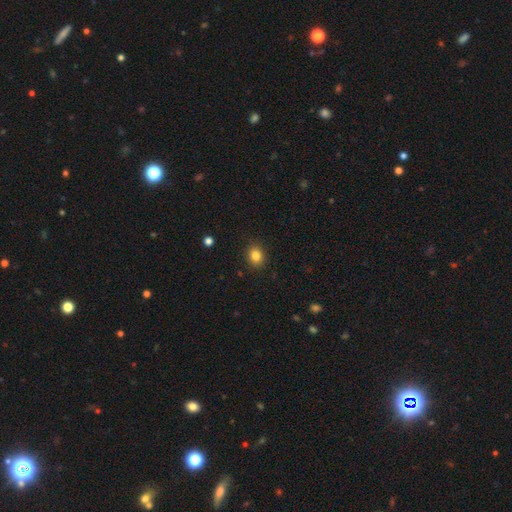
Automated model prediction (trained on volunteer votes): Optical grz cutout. It shows a smooth galaxy with no disk features (83%) that is round (59%). Merging: none (89%).